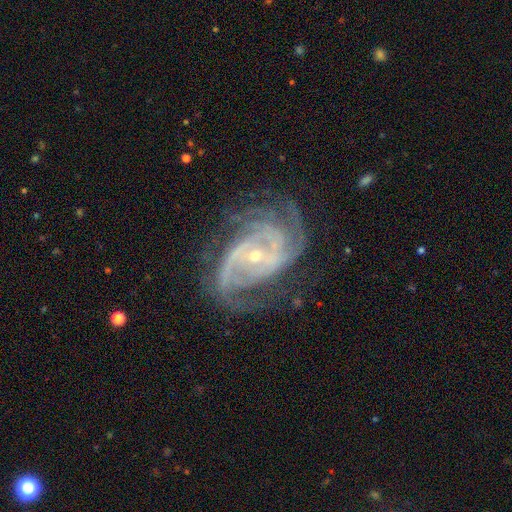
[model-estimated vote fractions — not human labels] A featured or disk galaxy (91%) with no bar (47%), 3 (28%) tight (50%) spiral arms (98%) and a small central bulge (73%).

Vote fractions:
- Smooth or featured? featured or disk: 91% / star or artifact: 6% / smooth: 3%
- Edge-on disk? no: 97% / yes: 3%
- Bar? no: 47% / weak: 34% / strong: 18%
- Spiral arms? yes: 98% / no: 2%
- Spiral winding? tight: 50% / medium: 41% / loose: 9%
- Spiral arm count? 3: 28% / 2: 22% / 4: 19% / can't tell: 17% / more than 4: 8% / 1: 7%
- Bulge size? small: 73% / moderate: 23% / large: 1% / none: 1% / dominant: 1%
- Merging? none: 66% / minor disturbance: 20% / major disturbance: 12% / merger: 2%